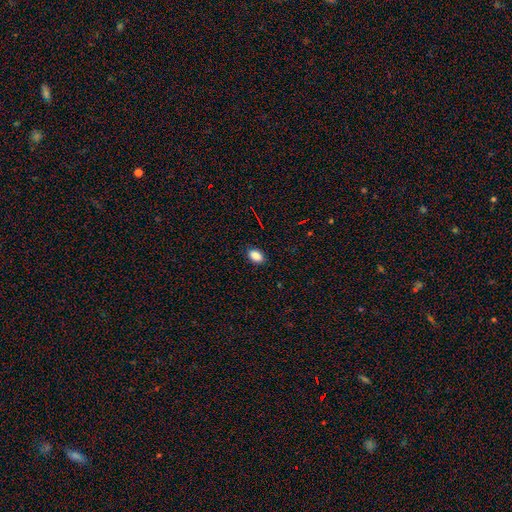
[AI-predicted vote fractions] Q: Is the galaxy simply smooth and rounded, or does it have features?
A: smooth — 87%.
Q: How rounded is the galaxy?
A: in between — 89%.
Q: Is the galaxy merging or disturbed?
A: none — 88%.